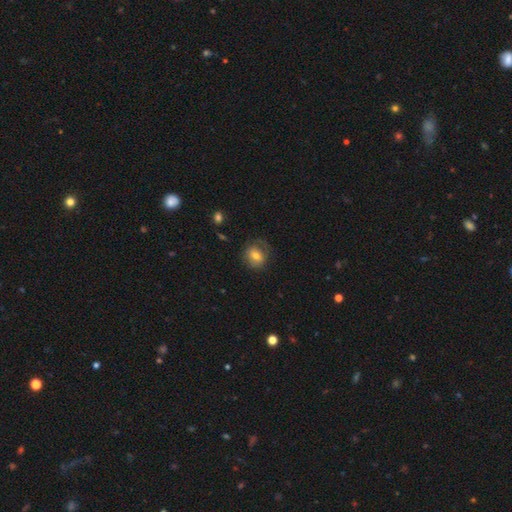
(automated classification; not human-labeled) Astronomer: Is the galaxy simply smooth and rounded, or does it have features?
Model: smooth — 65%.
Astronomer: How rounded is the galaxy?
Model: round — 66%.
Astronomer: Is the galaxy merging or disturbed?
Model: none — 65%.